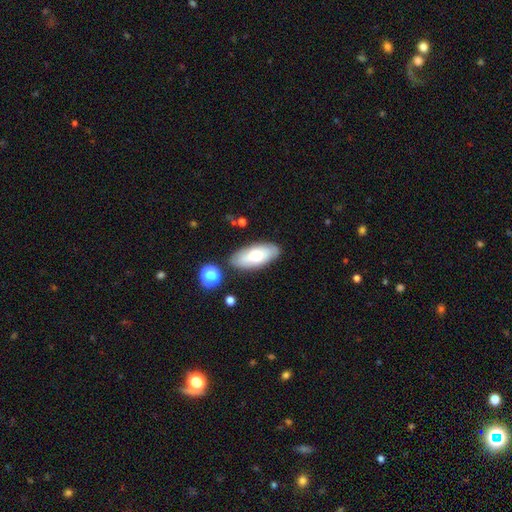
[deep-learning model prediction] smooth-or-featured: smooth: 74% | featured or disk: 19% | star or artifact: 7%
  how-rounded: in between: 85% | cigar-shaped: 13% | round: 2%
  merging: none: 80% | minor disturbance: 13% | merger: 4% | major disturbance: 3%